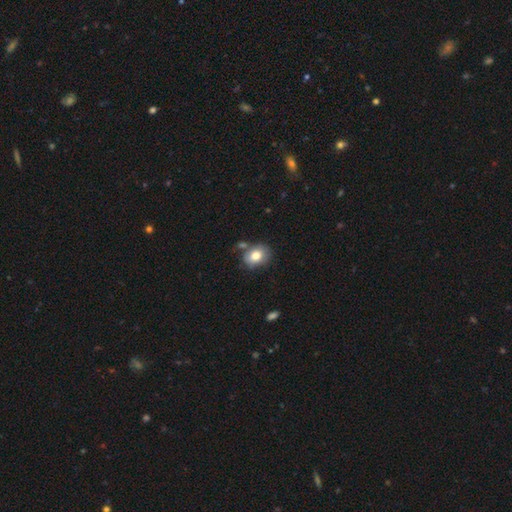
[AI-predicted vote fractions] smooth_or_featured: smooth (p=0.77) [alt: featured or disk p=0.14]
how_rounded: in between (p=0.59) [alt: round p=0.40]
merging: none (p=0.64) [alt: minor disturbance p=0.18]